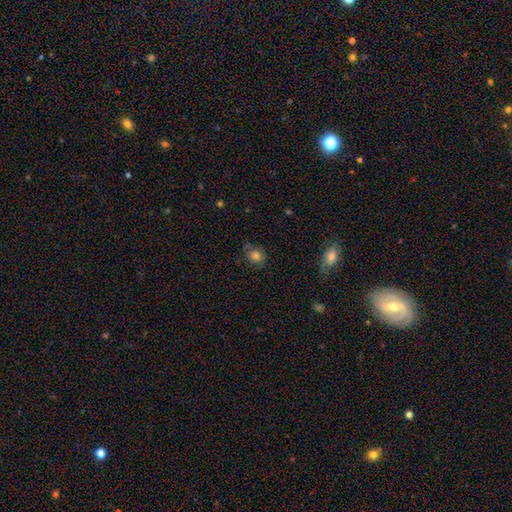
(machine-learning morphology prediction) Q: Smooth or featured?
A: smooth (79%); runner-up: star or artifact (13%)
Q: How rounded?
A: round (68%); runner-up: in between (31%)
Q: Merging?
A: none (71%); runner-up: minor disturbance (21%)